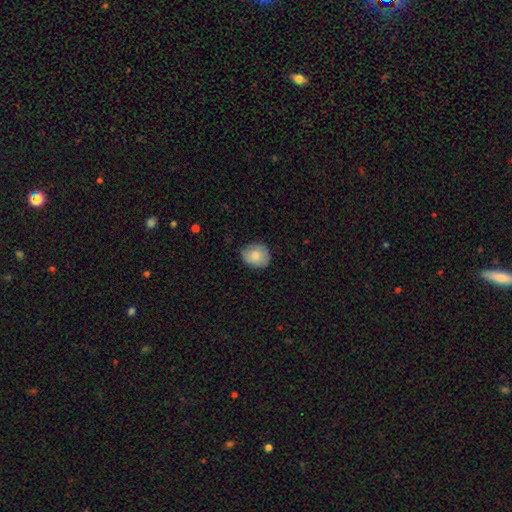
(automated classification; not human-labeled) smooth 82%, featured or disk 11%, star or artifact 7%. Down the decision tree: how rounded — round (62%); merging — none (75%).